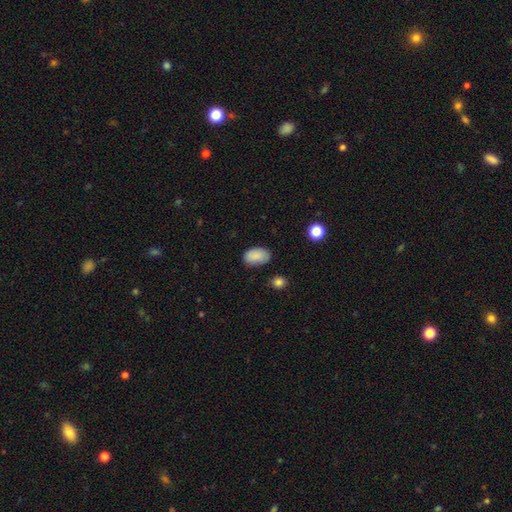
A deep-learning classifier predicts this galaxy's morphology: smooth_or_featured: smooth (p=0.87) [alt: star or artifact p=0.08]
how_rounded: in between (p=0.91) [alt: round p=0.07]
merging: none (p=0.78) [alt: minor disturbance p=0.17]